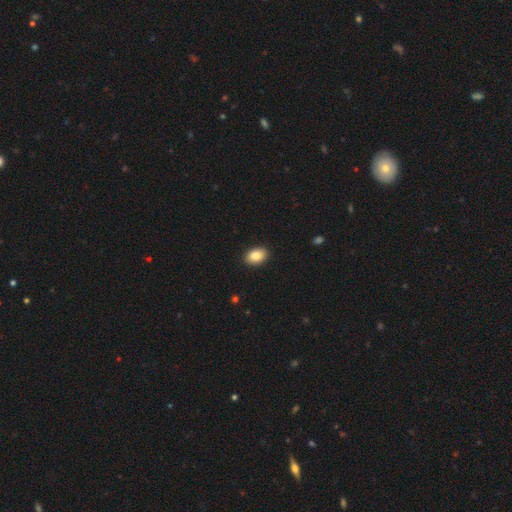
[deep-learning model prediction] Morphology: type=smooth (86%); roundness=in between (85%); merging=none (91%).